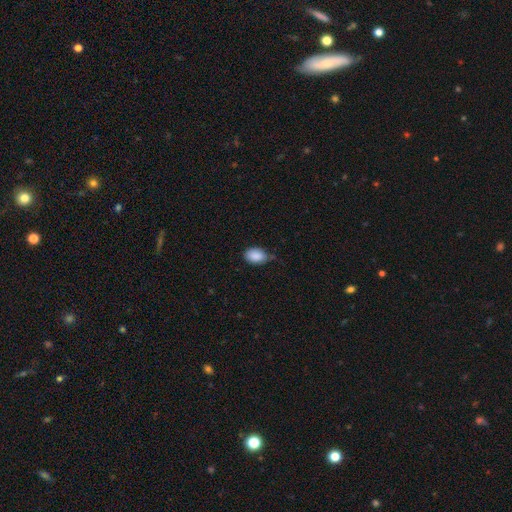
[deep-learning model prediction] smooth 88%, star or artifact 7%, featured or disk 4%. Down the decision tree: how rounded — in between (84%); merging — none (62%).